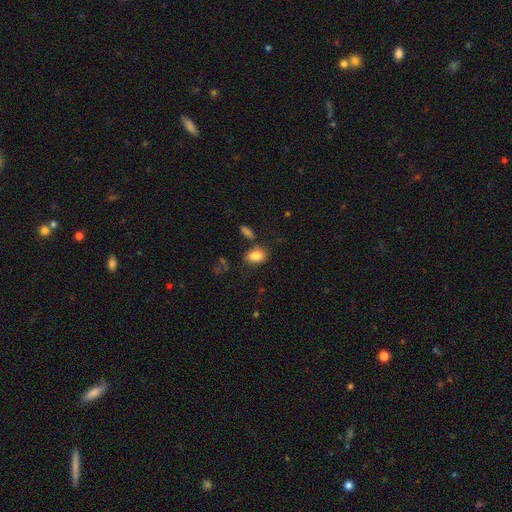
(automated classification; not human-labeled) This is clearly a smooth galaxy (85%). How rounded: clearly in between (81%). Merging: likely none (71%).